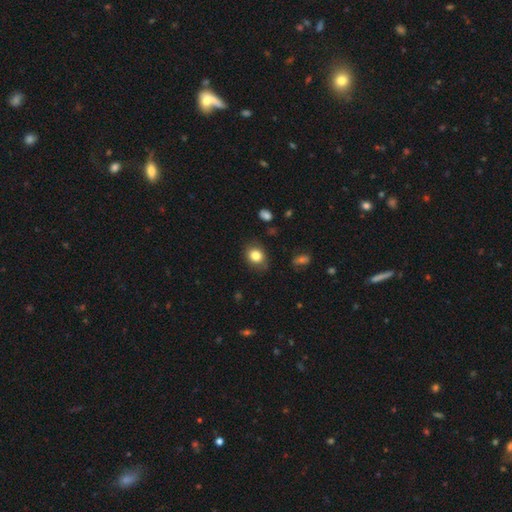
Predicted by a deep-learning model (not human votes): smooth-or-featured: smooth: 82% | star or artifact: 10% | featured or disk: 8%
  how-rounded: round: 52% | in between: 47% | cigar-shaped: 1%
  merging: none: 80% | minor disturbance: 15% | major disturbance: 4% | merger: 1%